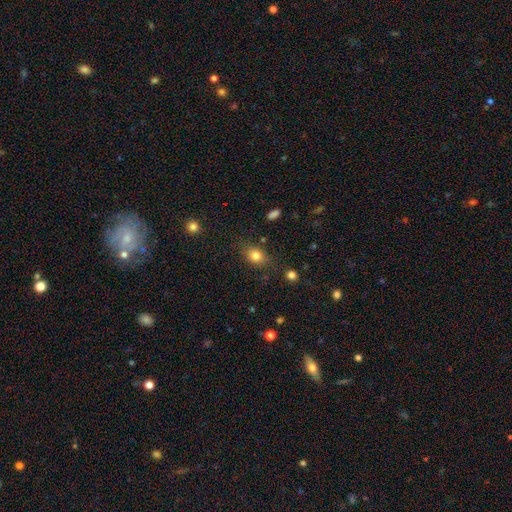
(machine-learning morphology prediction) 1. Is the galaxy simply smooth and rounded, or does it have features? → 80% smooth, 11% star or artifact, 8% featured or disk.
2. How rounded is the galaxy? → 57% in between, 41% round, 1% cigar-shaped.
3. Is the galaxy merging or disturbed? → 78% none, 15% minor disturbance, 5% major disturbance, 3% merger.